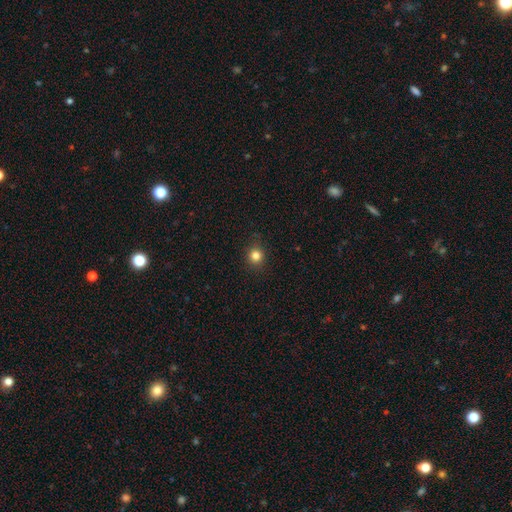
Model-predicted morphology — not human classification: Smooth or featured: smooth — 82% (star or artifact — 13%)
How rounded: round — 89% (in between — 10%)
Merging: none — 89% (minor disturbance — 8%)